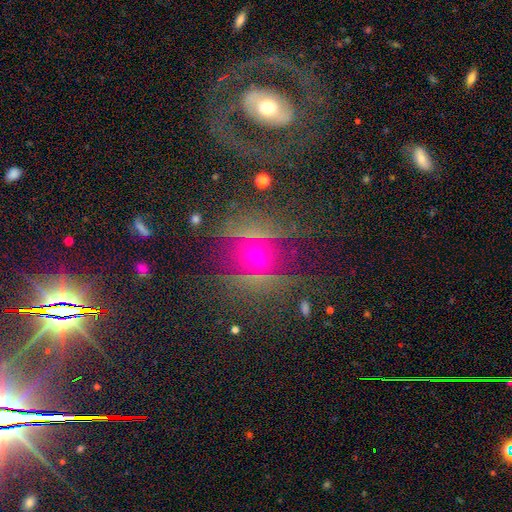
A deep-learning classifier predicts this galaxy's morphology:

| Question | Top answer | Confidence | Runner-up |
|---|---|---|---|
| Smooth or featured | star or artifact | 48% | smooth (35%) |